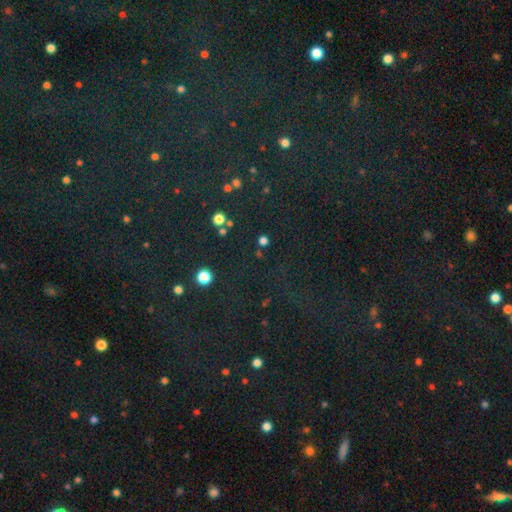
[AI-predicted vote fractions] Q: Smooth or featured?
A: star or artifact (77%); runner-up: smooth (15%)